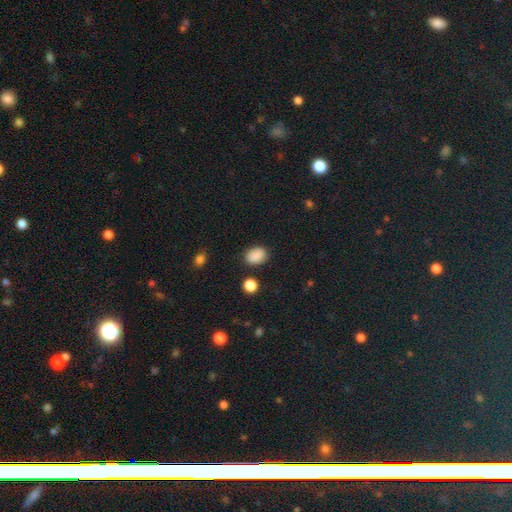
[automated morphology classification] smooth_or_featured: smooth (p=0.88) [alt: star or artifact p=0.09]
how_rounded: in between (p=0.73) [alt: round p=0.26]
merging: none (p=0.83) [alt: minor disturbance p=0.11]